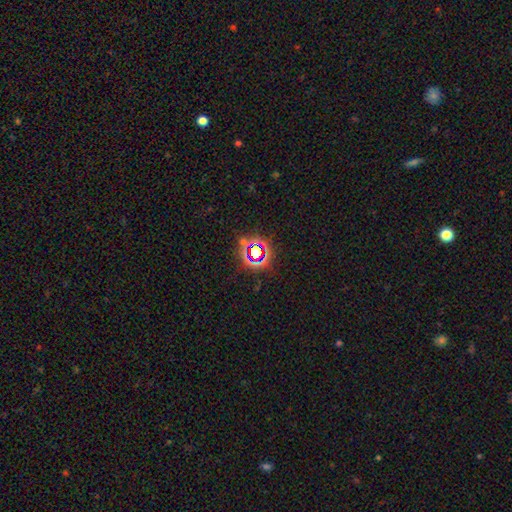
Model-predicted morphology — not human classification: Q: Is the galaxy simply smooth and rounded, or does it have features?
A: star or artifact — 69%.